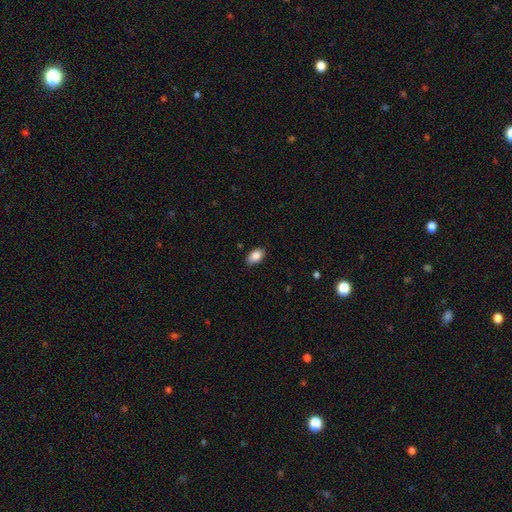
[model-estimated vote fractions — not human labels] Overall: smooth (85%). How rounded: in between (92%). Merging: none (83%).